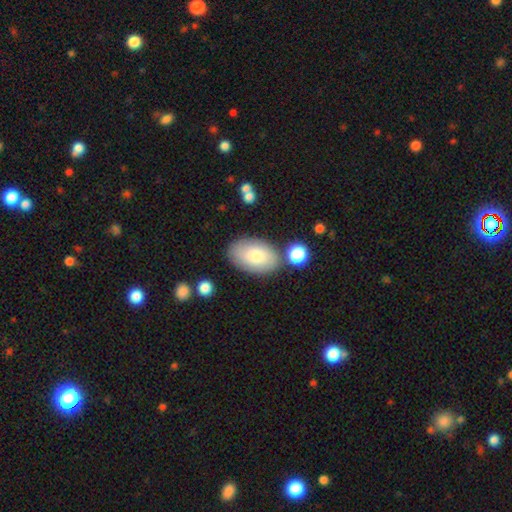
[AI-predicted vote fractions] This appears to be a smooth galaxy with no disk features (76%) that is in between round and cigar-shaped (93%). Merging: none (75%).